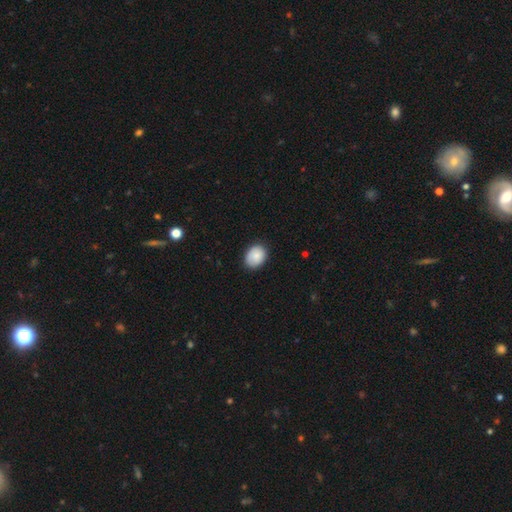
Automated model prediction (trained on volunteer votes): Smooth or featured? Predicted: smooth (p=0.86). How rounded? Predicted: in between (p=0.63). Merging? Predicted: none (p=0.83).